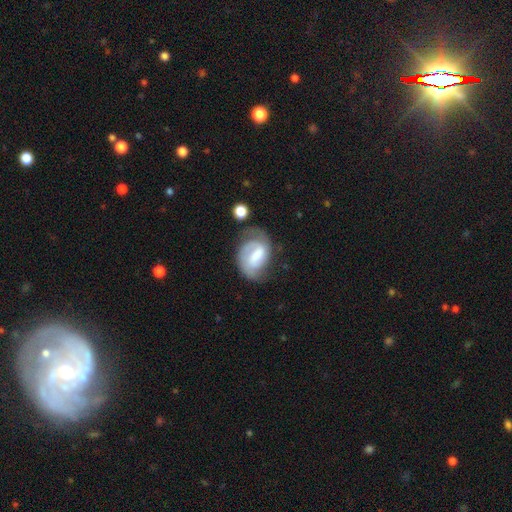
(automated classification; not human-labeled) Smooth or featured: featured or disk — 64% (smooth — 29%)
Edge-on disk: no — 97% (yes — 3%)
Bar: weak — 48% (strong — 32%)
Spiral arms: yes — 85% (no — 15%)
Spiral winding: medium — 42% (tight — 38%)
Spiral arm count: 2 — 56% (1 — 22%)
Bulge size: moderate — 32% (small — 24%)
Merging: none — 44% (minor disturbance — 28%)